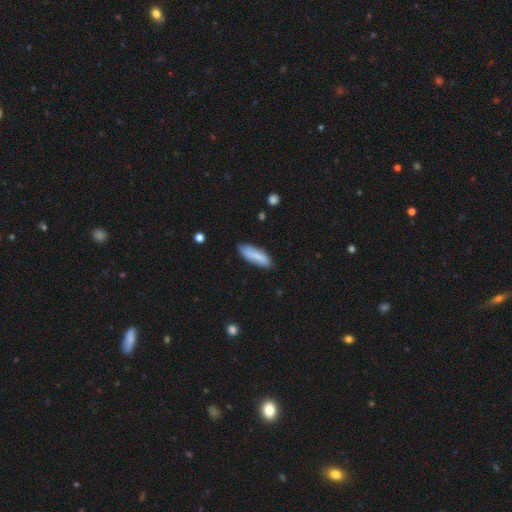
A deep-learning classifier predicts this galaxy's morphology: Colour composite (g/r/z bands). It shows a smooth galaxy with no disk features (74%) that is in between round and cigar-shaped (56%). Merging: none (76%).